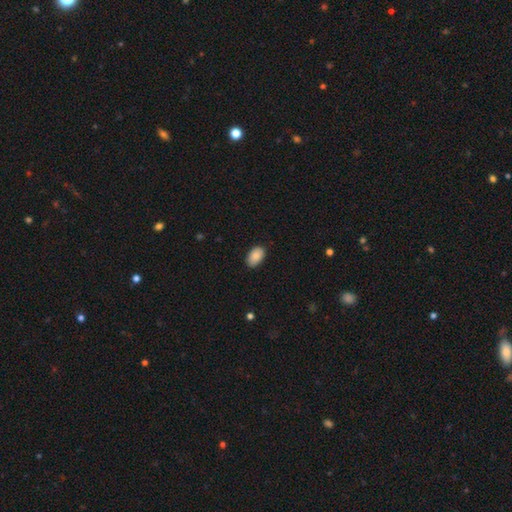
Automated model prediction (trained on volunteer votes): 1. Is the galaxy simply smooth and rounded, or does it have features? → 89% smooth, 7% star or artifact, 4% featured or disk.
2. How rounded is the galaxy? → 94% in between, 5% round, 1% cigar-shaped.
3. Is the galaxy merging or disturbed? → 86% none, 11% minor disturbance, 2% major disturbance, 1% merger.